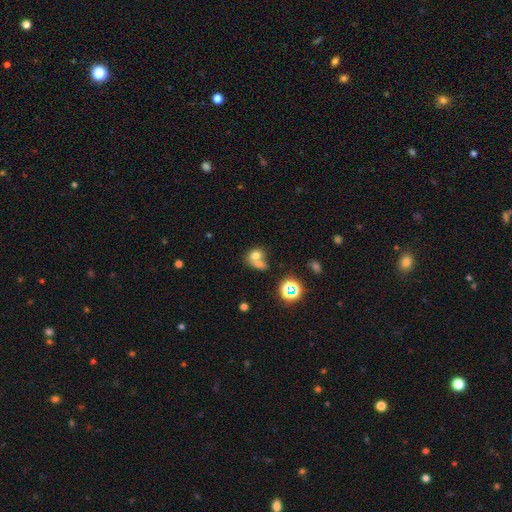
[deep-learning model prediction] This appears to be a smooth galaxy with no disk features (68%) that is in between round and cigar-shaped (51%). Merging: merger (61%).